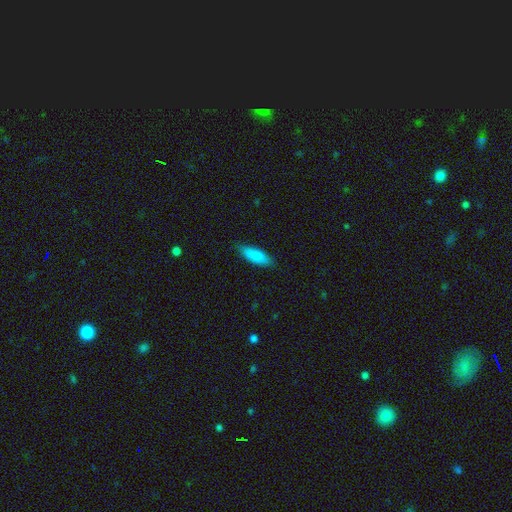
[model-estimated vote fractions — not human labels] Smooth or featured: smooth — 87% (featured or disk — 7%)
How rounded: in between — 61% (cigar-shaped — 38%)
Merging: none — 83% (minor disturbance — 14%)